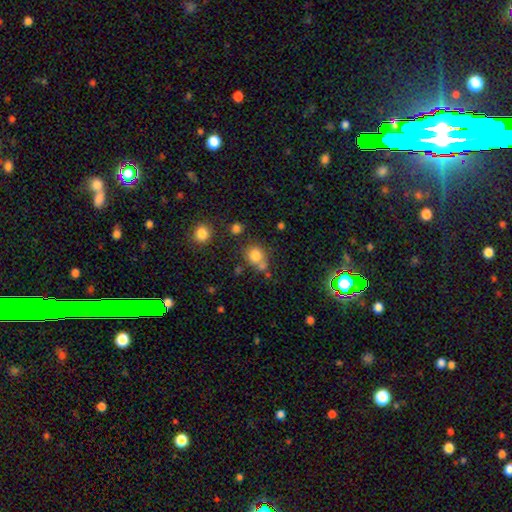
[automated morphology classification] This is likely a smooth galaxy (79%). How rounded: likely round (79%). Merging: possibly none (56%).